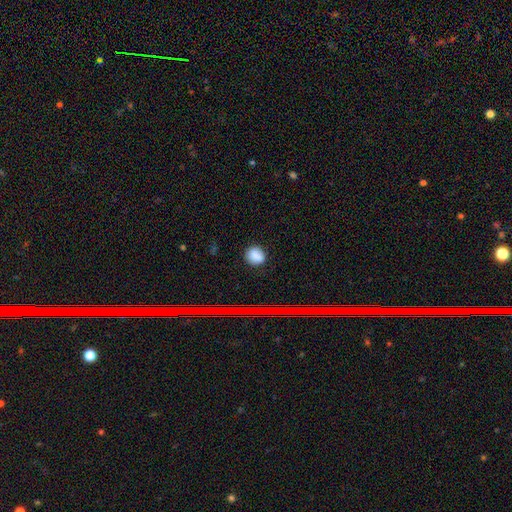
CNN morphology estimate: Smooth or featured: smooth — 84% (star or artifact — 11%)
How rounded: round — 76% (in between — 22%)
Merging: none — 87% (minor disturbance — 10%)